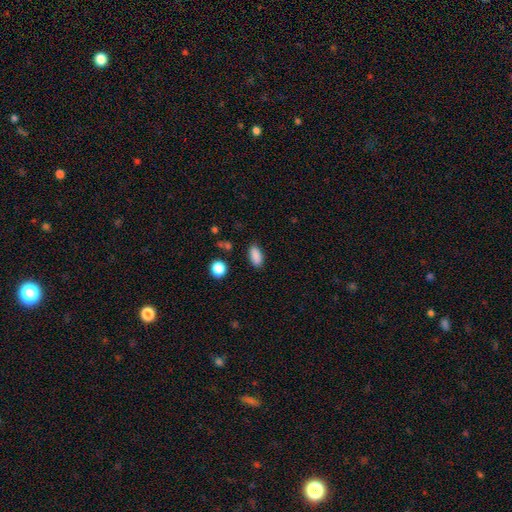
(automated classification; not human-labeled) Smooth or featured? Predicted: smooth (p=0.88). How rounded? Predicted: in between (p=0.86). Merging? Predicted: none (p=0.86).